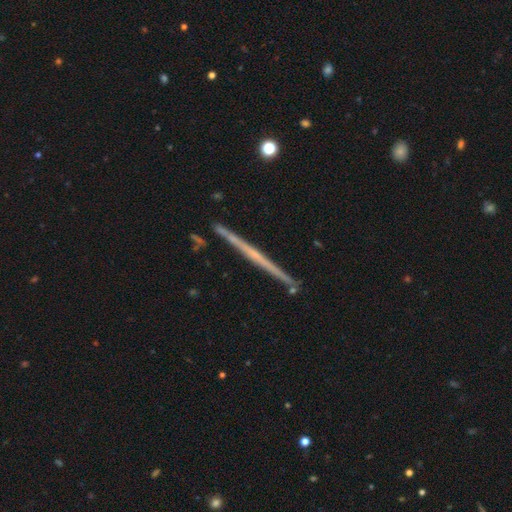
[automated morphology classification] Smooth or featured? featured or disk (71%)
Edge-on disk? yes (98%)
Edge-on bulge? none (82%)
Merging? none (90%)